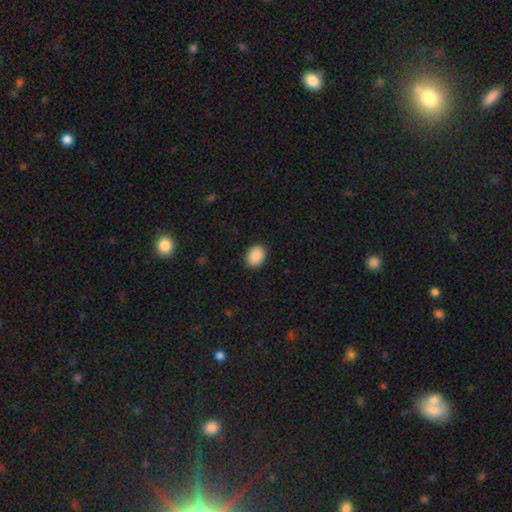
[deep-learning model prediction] This is clearly a smooth galaxy (90%). How rounded: possibly in between (53%). Merging: clearly none (90%).